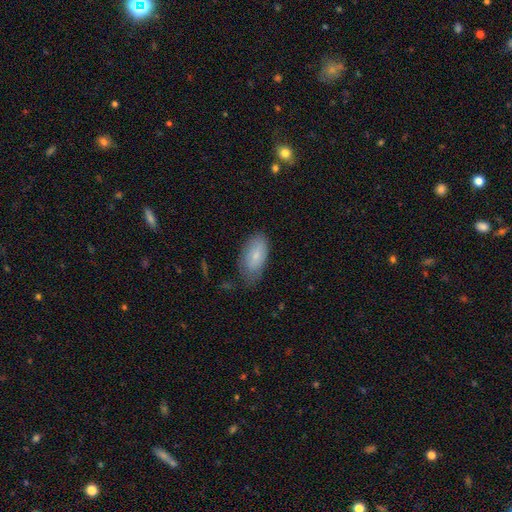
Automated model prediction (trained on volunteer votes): Morphology: type=smooth (76%); roundness=in between (92%); merging=none (63%).